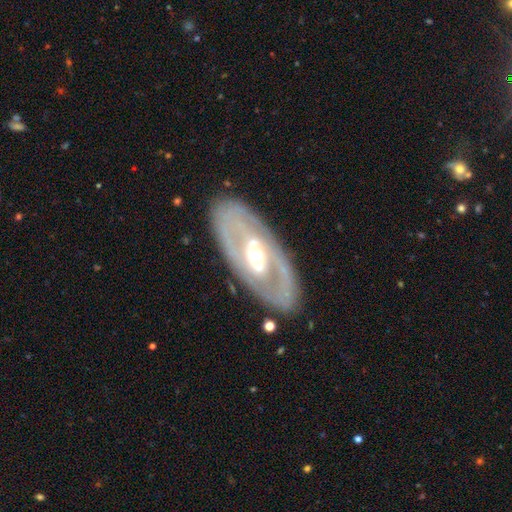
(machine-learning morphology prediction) A featured or disk galaxy (79%) with no bar (43%), spiral arms (56%) and a moderate central bulge (70%).

Vote fractions:
- Smooth or featured? featured or disk: 79% / smooth: 16% / star or artifact: 5%
- Edge-on disk? no: 88% / yes: 12%
- Bar? no: 43% / weak: 33% / strong: 24%
- Spiral arms? yes: 56% / no: 44%
- Bulge size? moderate: 70% / small: 18% / large: 10% / dominant: 1% / none: 1%
- Merging? none: 83% / minor disturbance: 11% / major disturbance: 4% / merger: 2%